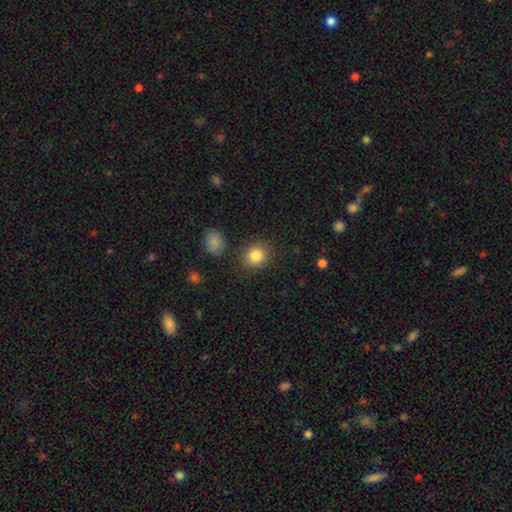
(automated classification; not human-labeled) A smooth galaxy with no disk features (84%) that is round (75%). Merging: none (85%).